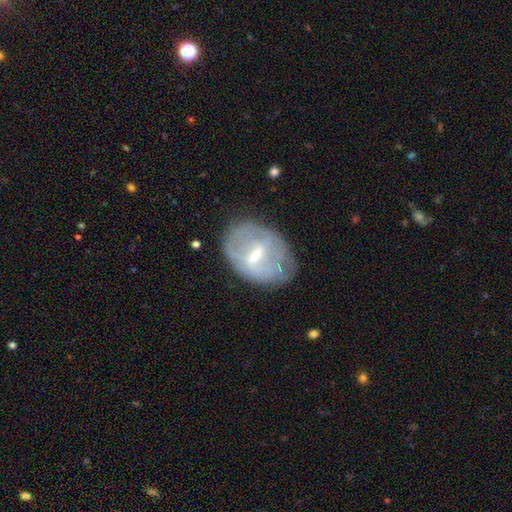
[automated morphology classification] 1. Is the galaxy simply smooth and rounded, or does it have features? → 59% featured or disk, 33% smooth, 8% star or artifact.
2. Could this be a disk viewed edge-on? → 95% no, 5% yes.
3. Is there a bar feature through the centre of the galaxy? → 51% weak, 32% strong, 17% no.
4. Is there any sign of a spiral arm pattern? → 60% no, 40% yes.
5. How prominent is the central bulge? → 45% moderate, 41% small, 9% none, 4% large, 1% dominant.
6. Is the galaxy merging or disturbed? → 56% none, 27% minor disturbance, 15% major disturbance, 2% merger.